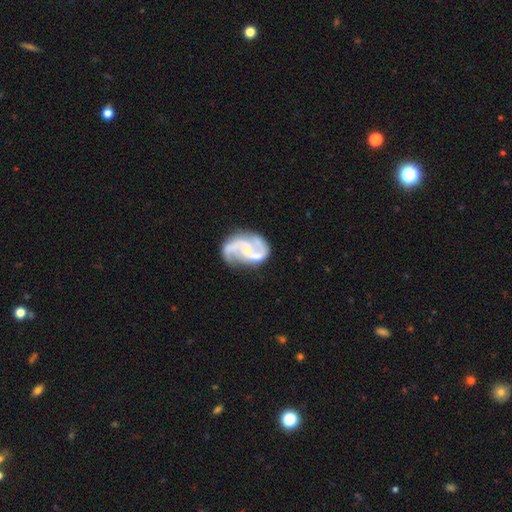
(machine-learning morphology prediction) featured or disk 89%, smooth 7%, star or artifact 5%. Down the decision tree: edge-on disk — no (98%); bar — no (46%); spiral arms — yes (97%); spiral arm count — 2 (84%); spiral winding — medium (52%); bulge size — small (54%); merging — none (63%).